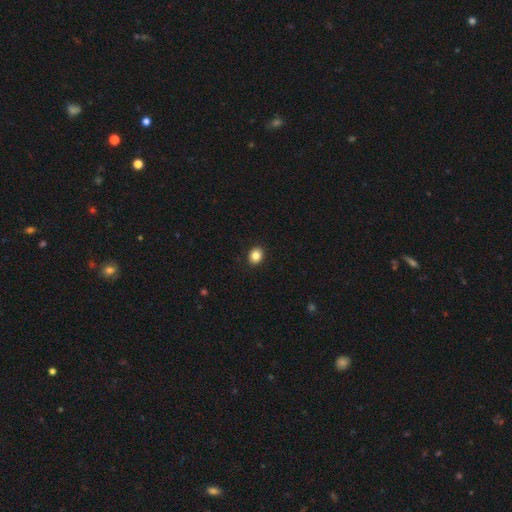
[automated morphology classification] A smooth galaxy with no disk features (85%) that is round (55%). Merging: none (92%).